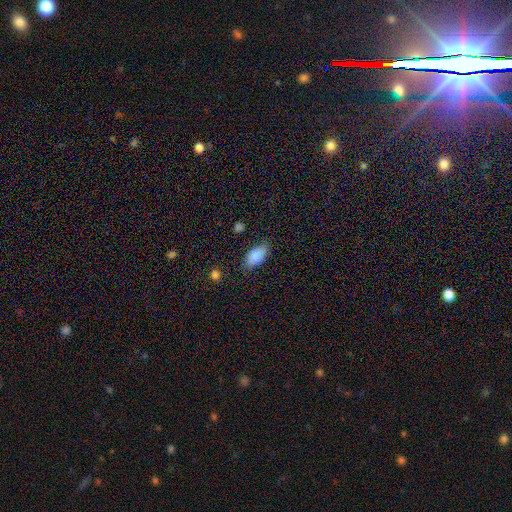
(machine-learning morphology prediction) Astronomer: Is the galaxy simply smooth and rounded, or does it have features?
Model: smooth — 87%.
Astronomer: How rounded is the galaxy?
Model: in between — 92%.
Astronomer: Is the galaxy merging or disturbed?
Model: none — 78%.